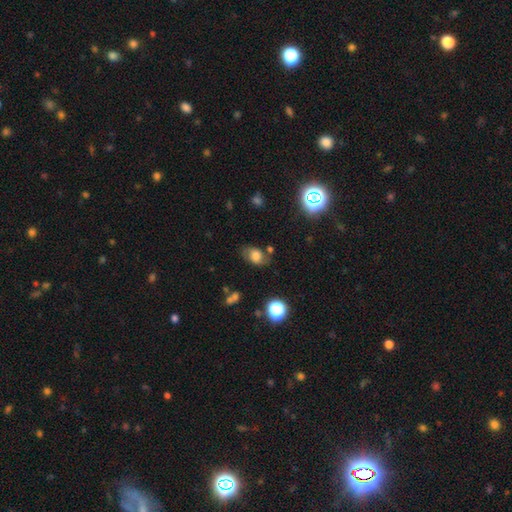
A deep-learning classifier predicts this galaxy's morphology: Smooth or featured? Predicted: smooth (p=0.66). How rounded? Predicted: in between (p=0.79). Merging? Predicted: none (p=0.62).